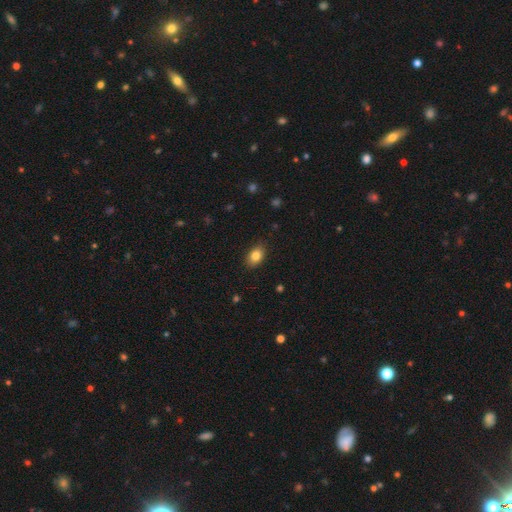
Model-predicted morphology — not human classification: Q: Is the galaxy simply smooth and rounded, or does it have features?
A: smooth — 84%.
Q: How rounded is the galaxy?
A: in between — 83%.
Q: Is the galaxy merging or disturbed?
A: none — 86%.